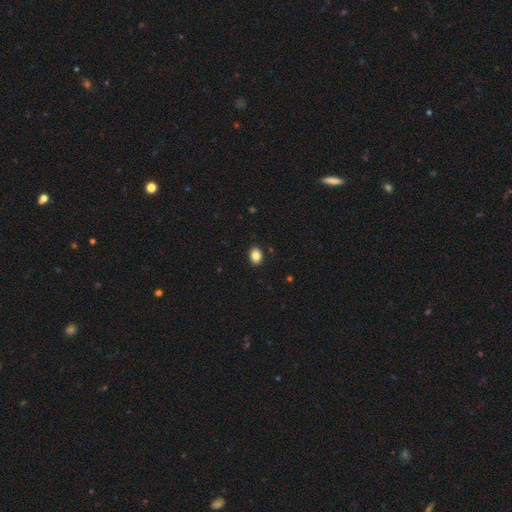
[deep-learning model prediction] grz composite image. It shows a smooth galaxy with no disk features (86%) that is in between round and cigar-shaped (65%). Merging: none (91%).